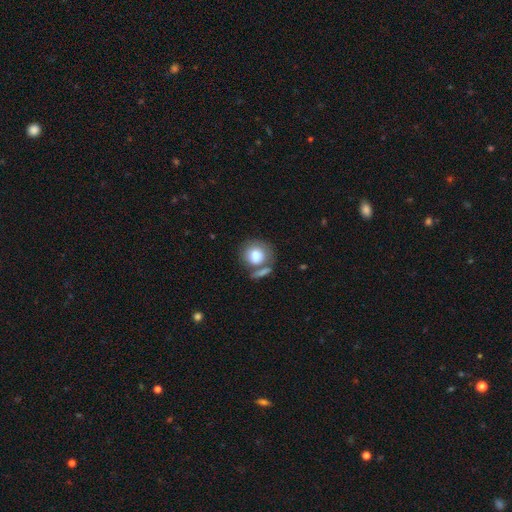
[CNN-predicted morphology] smooth 79%, featured or disk 13%, star or artifact 8%. Down the decision tree: how rounded — round (82%); merging — none (56%).